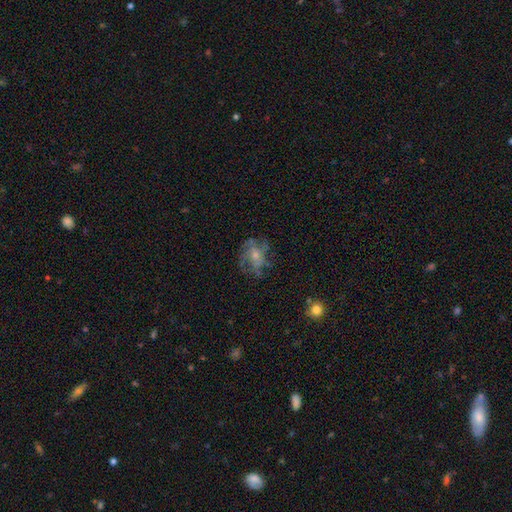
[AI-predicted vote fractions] Smooth or featured? featured or disk (68%)
Edge-on disk? no (97%)
Bar? no (75%)
Spiral arms? yes (74%)
Bulge size? small (55%)
Merging? none (60%)